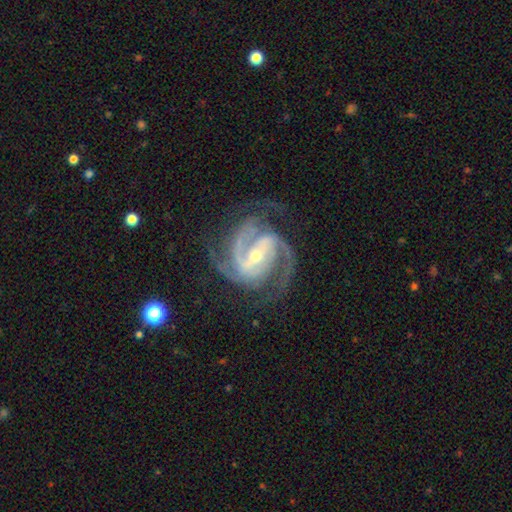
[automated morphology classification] Smooth or featured?
  - featured or disk: 93% *
  - star or artifact: 4%
  - smooth: 2%
Edge-on disk?
  - no: 98% *
  - yes: 2%
Bar?
  - strong: 54% *
  - weak: 32%
  - no: 13%
Spiral arms?
  - yes: 99% *
  - no: 1%
Spiral winding?
  - medium: 53% *
  - tight: 40%
  - loose: 8%
Spiral arm count?
  - 2: 42% *
  - 3: 38%
  - 4: 7%
  - can't tell: 6%
  - 1: 4%
  - more than 4: 4%
Bulge size?
  - small: 61% *
  - moderate: 35%
  - large: 2%
  - none: 1%
  - dominant: 1%
Merging?
  - none: 71% *
  - minor disturbance: 17%
  - major disturbance: 11%
  - merger: 1%